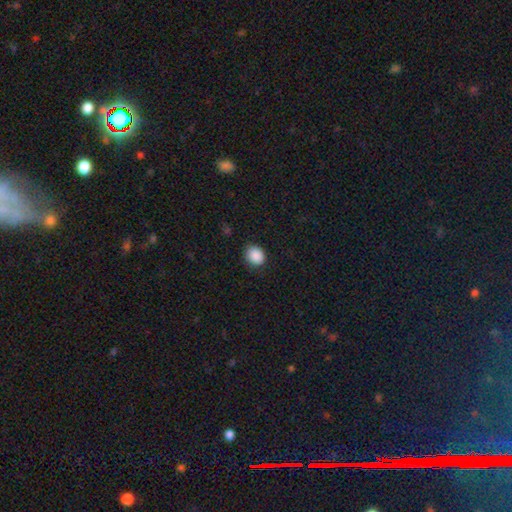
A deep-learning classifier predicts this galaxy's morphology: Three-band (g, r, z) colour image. It shows a smooth galaxy with no disk features (89%) that is round (62%). Merging: none (85%).